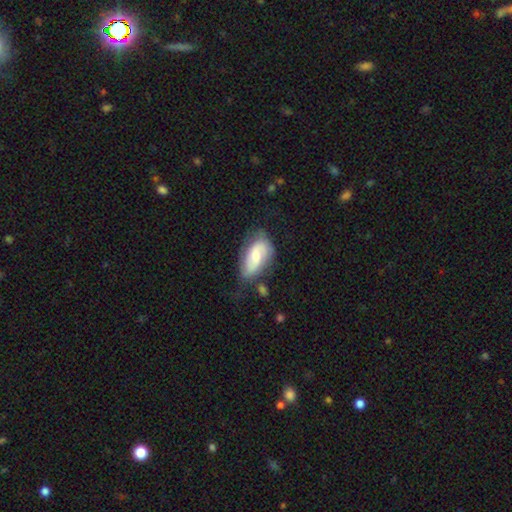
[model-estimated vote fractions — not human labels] This is possibly a smooth galaxy (47%). Merging: possibly none (54%).